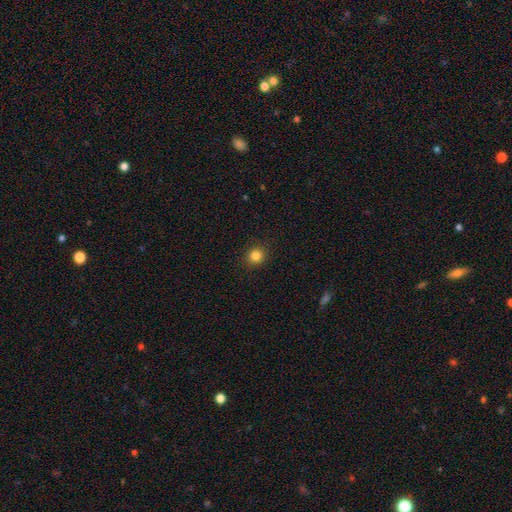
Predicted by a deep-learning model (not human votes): smooth_or_featured: smooth (p=0.83) [alt: star or artifact p=0.12]
how_rounded: round (p=0.87) [alt: in between p=0.12]
merging: none (p=0.91) [alt: minor disturbance p=0.06]